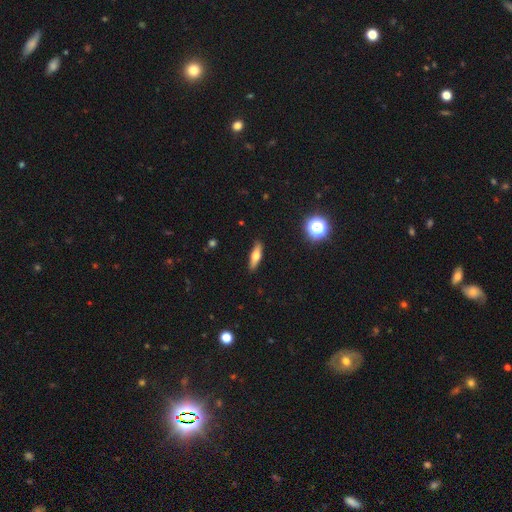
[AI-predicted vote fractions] The model was most divided on "how rounded": cigar-shaped: 56%, in between: 41%, round: 4%. More confident: merging — none (87%); smooth or featured — smooth (58%).